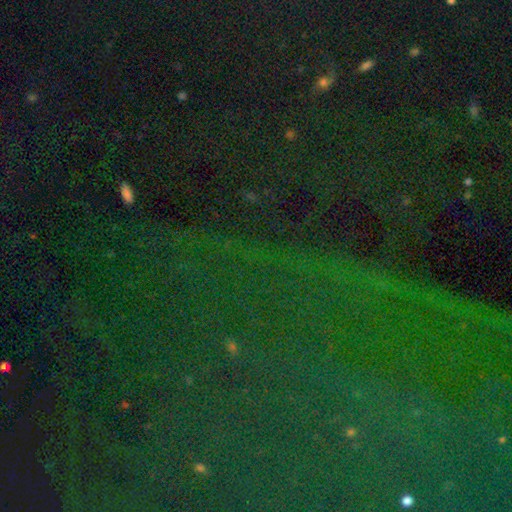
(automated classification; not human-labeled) Morphology: type=star or artifact (82%).